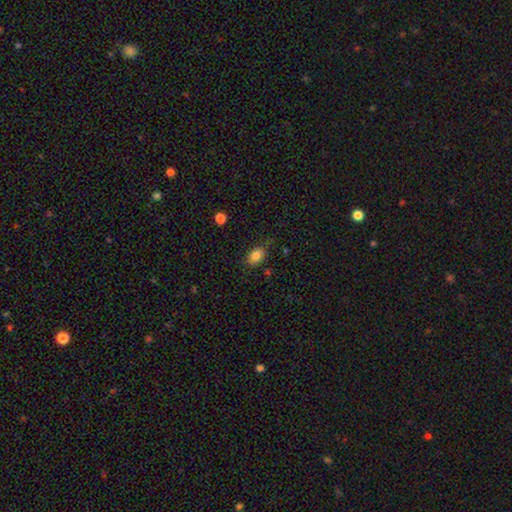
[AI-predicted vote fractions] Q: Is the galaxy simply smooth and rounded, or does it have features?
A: smooth — 85%.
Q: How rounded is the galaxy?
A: in between — 84%.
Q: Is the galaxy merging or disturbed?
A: none — 78%.